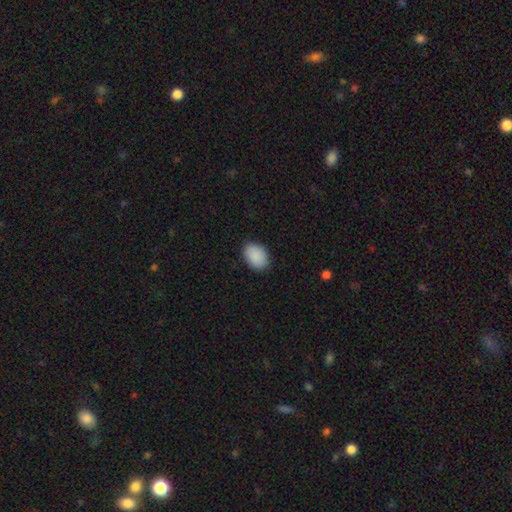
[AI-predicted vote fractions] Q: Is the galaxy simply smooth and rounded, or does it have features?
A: smooth — 90%.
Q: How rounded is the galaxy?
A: in between — 79%.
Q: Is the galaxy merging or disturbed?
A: none — 87%.